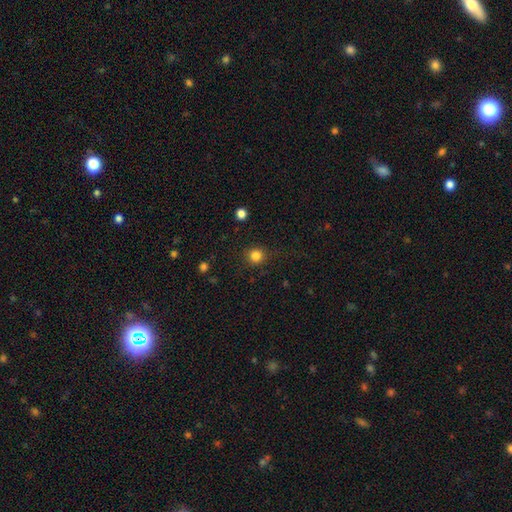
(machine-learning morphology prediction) Overall: smooth (83%). How rounded: round (92%). Merging: none (88%).